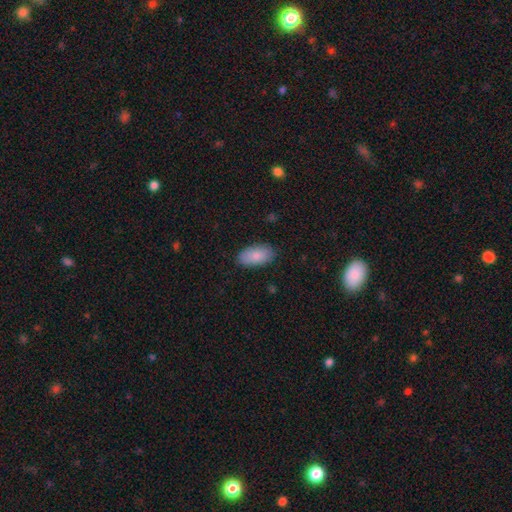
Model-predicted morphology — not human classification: The model was most divided on "merging": none: 85%, minor disturbance: 11%, major disturbance: 2%, merger: 1%. More confident: how rounded — in between (94%); smooth or featured — smooth (86%).